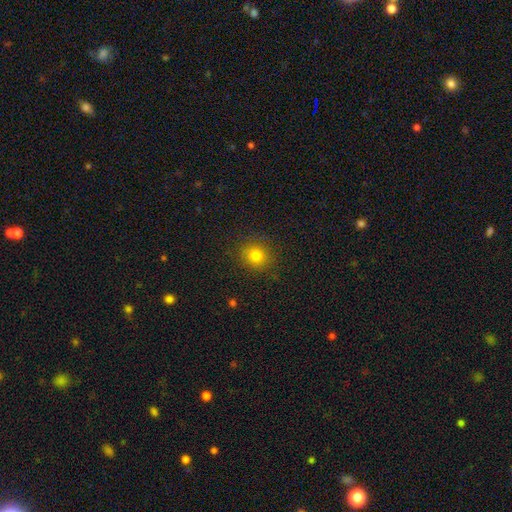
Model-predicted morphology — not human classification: type=smooth (80%); roundness=round (85%); merging=none (87%).